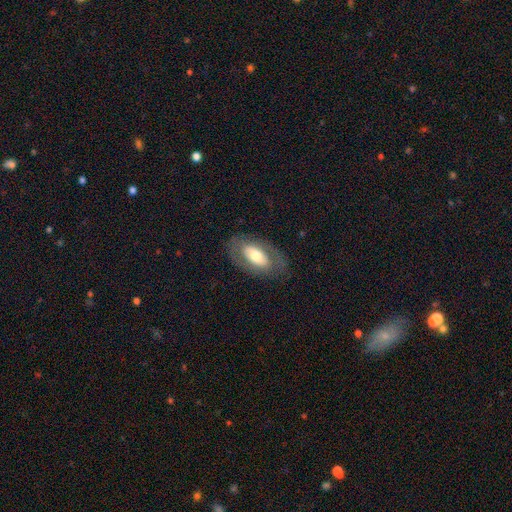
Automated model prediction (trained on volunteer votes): Smooth or featured? Predicted: featured or disk (p=0.48). Merging? Predicted: none (p=0.76).